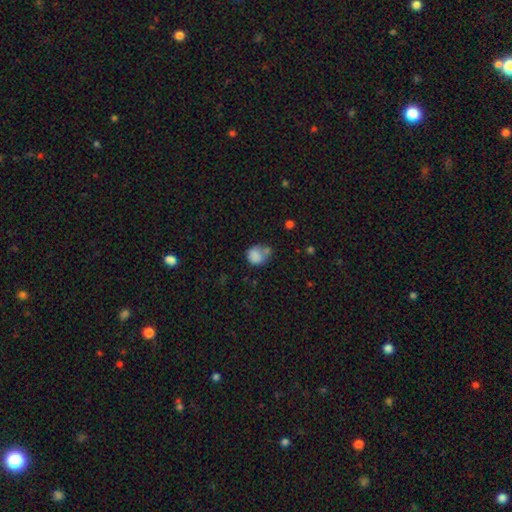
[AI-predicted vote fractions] smooth_or_featured: smooth (p=0.80) [alt: featured or disk p=0.10]
how_rounded: round (p=0.70) [alt: in between p=0.30]
merging: none (p=0.41) [alt: merger p=0.24]